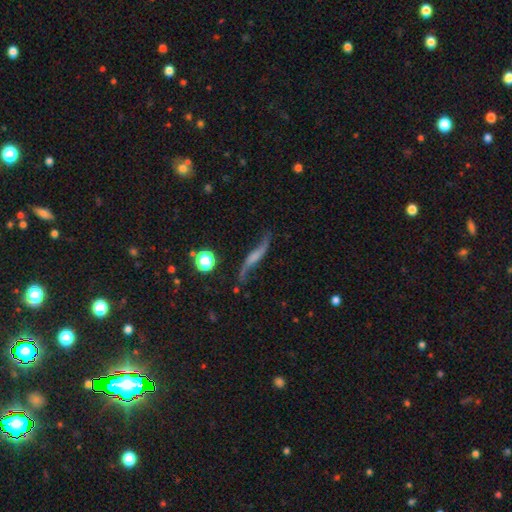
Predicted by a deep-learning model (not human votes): Overall: featured or disk (76%). Edge-on disk: no (71%). Bar: no (49%; weak 33%). Spiral arms: yes (93%). Spiral arm count: 2 (93%). Spiral winding: loose (92%). Bulge size: none (45%; small 28%). Merging: none (70%).